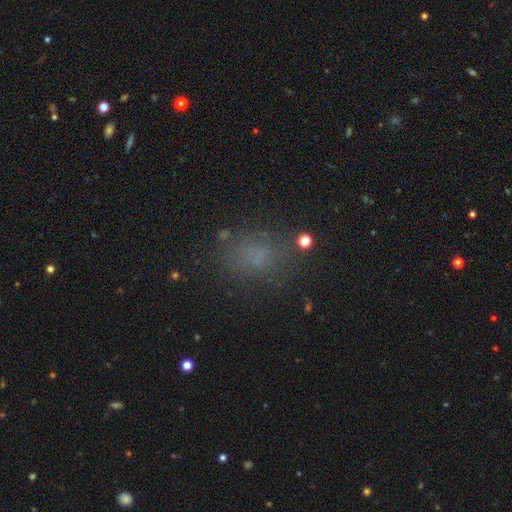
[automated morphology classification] Overall: smooth (68%). How rounded: in between (60%; round 37%). Merging: none (76%).